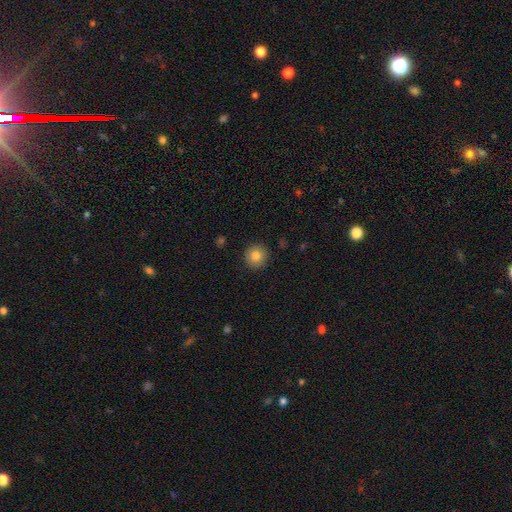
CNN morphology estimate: Smooth or featured: smooth — 83% (star or artifact — 9%)
How rounded: round — 93% (in between — 6%)
Merging: none — 91% (minor disturbance — 7%)